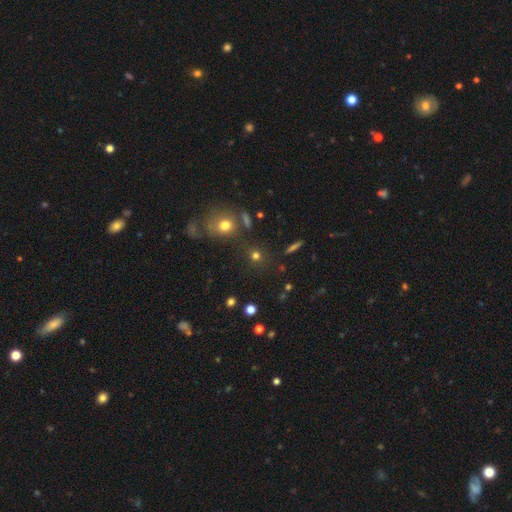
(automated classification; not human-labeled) Smooth or featured? Predicted: smooth (p=0.72). How rounded? Predicted: round (p=0.86). Merging? Predicted: none (p=0.76).